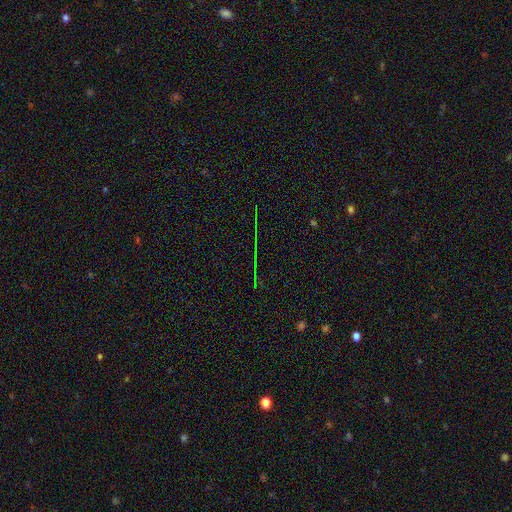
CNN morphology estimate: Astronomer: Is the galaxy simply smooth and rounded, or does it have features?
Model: star or artifact — 76%.